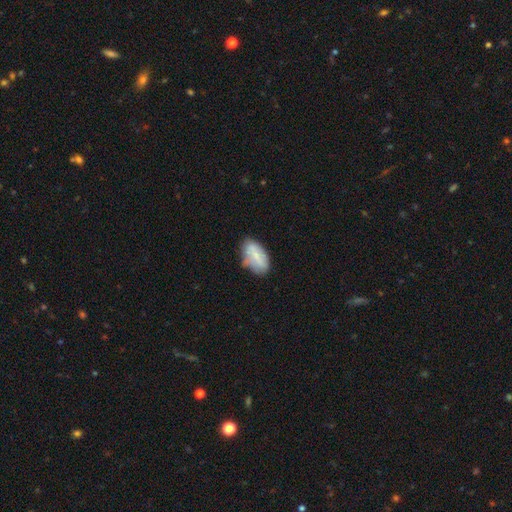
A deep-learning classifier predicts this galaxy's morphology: type=smooth (71%); roundness=in between (92%); merging=none (58%).